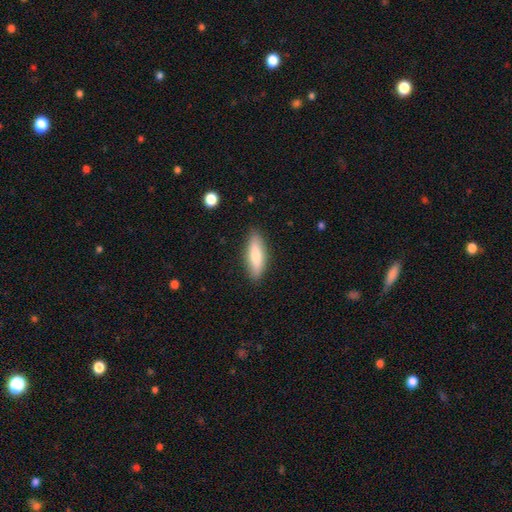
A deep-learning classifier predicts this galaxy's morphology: smooth_or_featured: smooth (p=0.69) [alt: featured or disk p=0.24]
how_rounded: cigar-shaped (p=0.52) [alt: in between p=0.46]
merging: none (p=0.88) [alt: minor disturbance p=0.09]